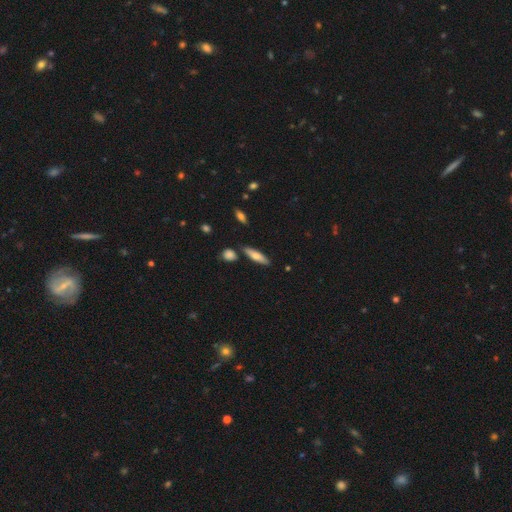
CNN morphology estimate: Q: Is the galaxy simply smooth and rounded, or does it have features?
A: smooth — 64%.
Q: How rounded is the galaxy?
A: cigar-shaped — 61%.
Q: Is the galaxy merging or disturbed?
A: none — 81%.